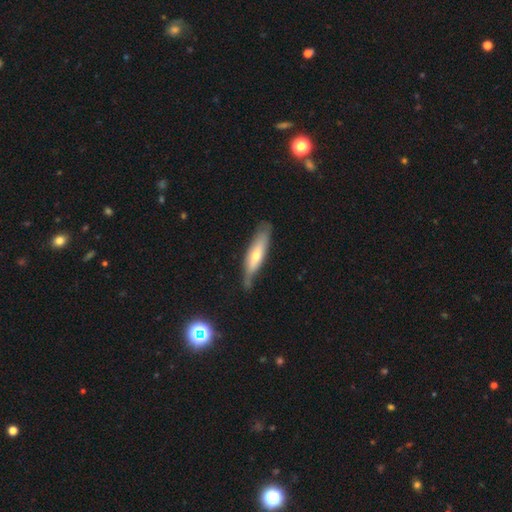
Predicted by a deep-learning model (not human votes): Smooth or featured?
  - smooth: 47% * (tied)
  - featured or disk: 47% * (tied)
  - star or artifact: 6%
Merging?
  - none: 65% *
  - minor disturbance: 26%
  - major disturbance: 7%
  - merger: 2%